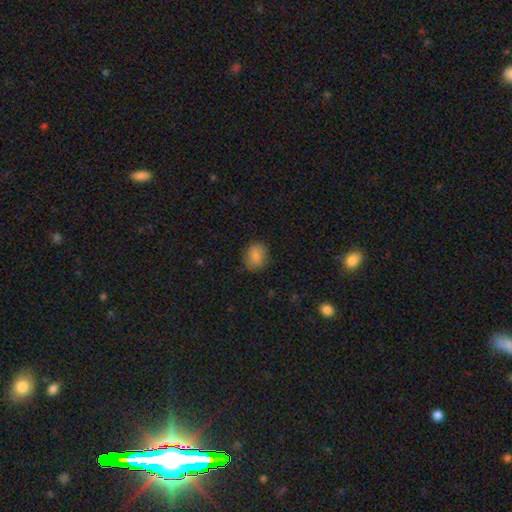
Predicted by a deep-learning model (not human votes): smooth_or_featured: smooth (p=0.83) [alt: featured or disk p=0.09]
how_rounded: round (p=0.50) [alt: in between p=0.49]
merging: none (p=0.83) [alt: minor disturbance p=0.13]